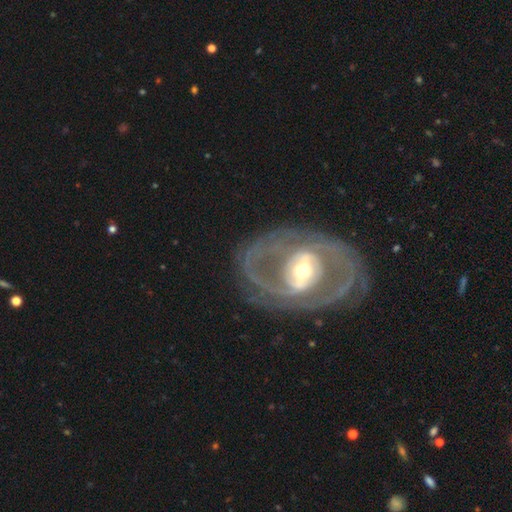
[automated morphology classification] A featured or disk galaxy (87%) with a strong bar (37%), 2 (73%) tight (44%) spiral arms (88%) and a moderate central bulge (58%). Merging: none (76%).